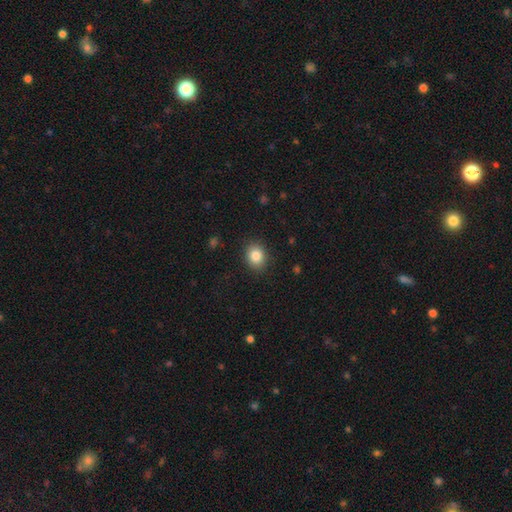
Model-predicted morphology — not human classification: This appears to be a smooth galaxy with no disk features (84%) that is round (53%). Merging: none (88%).